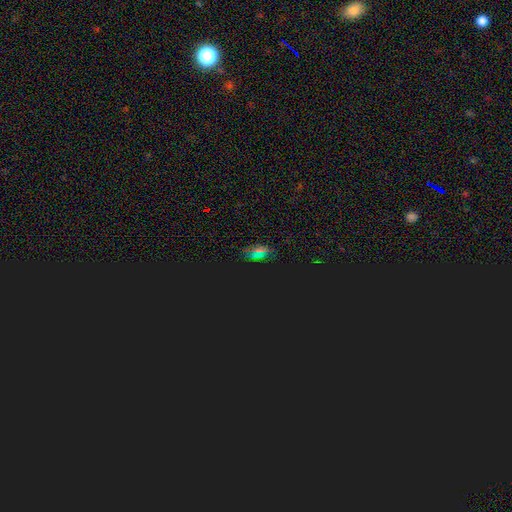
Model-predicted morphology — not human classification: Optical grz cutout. It shows a star or artifact, not a galaxy (53%).